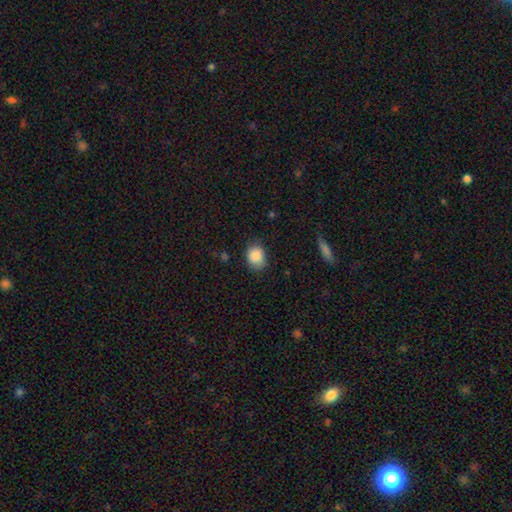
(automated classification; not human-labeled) Smooth or featured? smooth (87%)
How rounded? in between (56%)
Merging? none (74%)